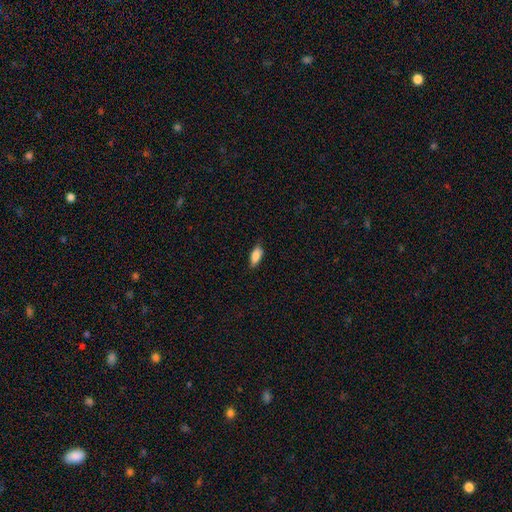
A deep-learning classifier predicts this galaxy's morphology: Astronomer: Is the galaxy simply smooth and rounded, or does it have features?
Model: smooth — 84%.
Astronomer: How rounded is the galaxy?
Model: in between — 81%.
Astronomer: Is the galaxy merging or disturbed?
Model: none — 81%.